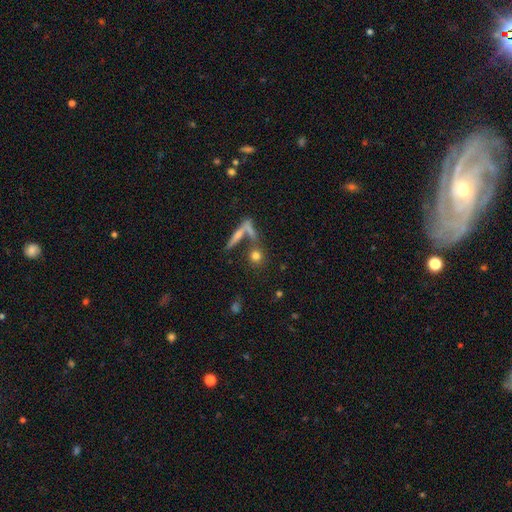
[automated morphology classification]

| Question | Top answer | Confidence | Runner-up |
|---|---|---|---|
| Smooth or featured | smooth | 72% | featured or disk (17%) |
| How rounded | round | 75% | in between (14%) |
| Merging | none | 65% | merger (21%) |